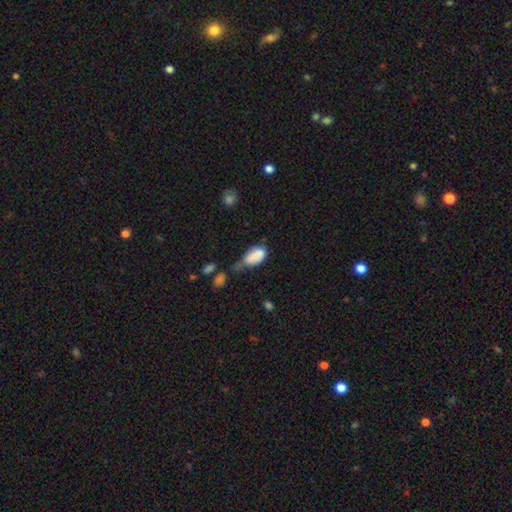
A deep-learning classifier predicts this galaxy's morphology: smooth_or_featured: smooth (p=0.80) [alt: featured or disk p=0.11]
how_rounded: in between (p=0.91) [alt: round p=0.05]
merging: minor disturbance (p=0.34) [alt: major disturbance p=0.27]